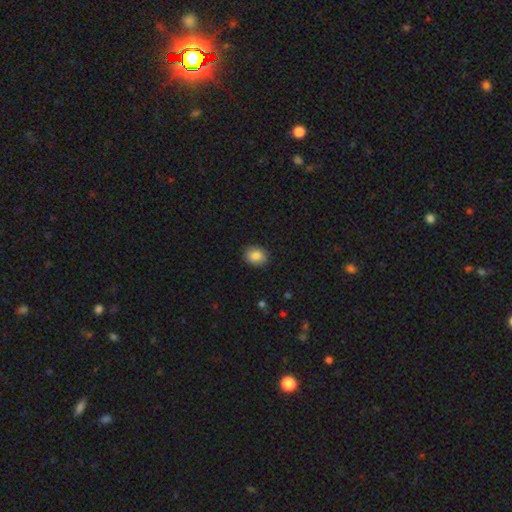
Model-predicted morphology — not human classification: This appears to be a smooth galaxy with no disk features (86%) that is in between round and cigar-shaped (50%). Merging: none (88%).